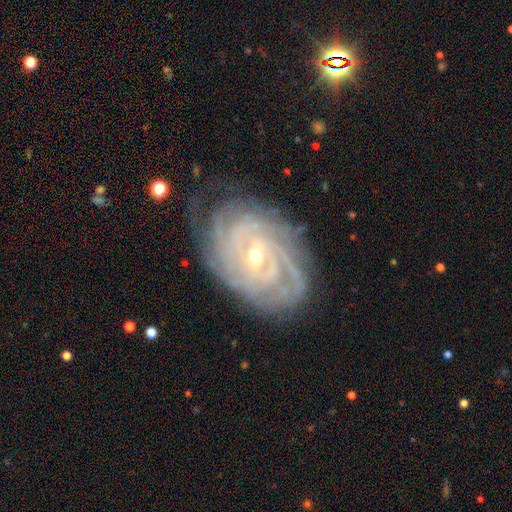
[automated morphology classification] This appears to be a featured or disk galaxy (90%) with a weak bar (46%), tight (79%) spiral arms (98%) and a small central bulge (66%). Merging: none (73%).